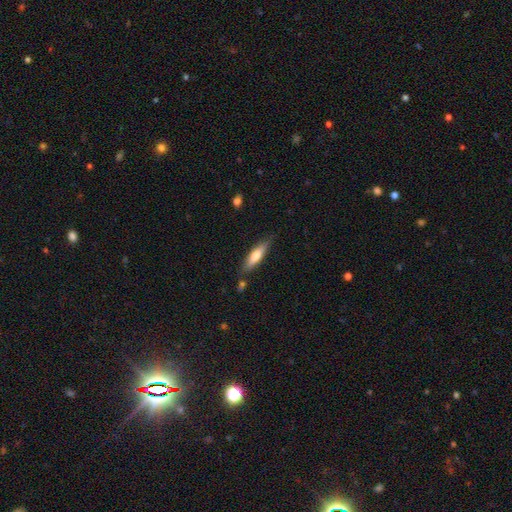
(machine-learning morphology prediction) Smooth or featured? Predicted: smooth (p=0.65). How rounded? Predicted: cigar-shaped (p=0.67). Merging? Predicted: none (p=0.79).